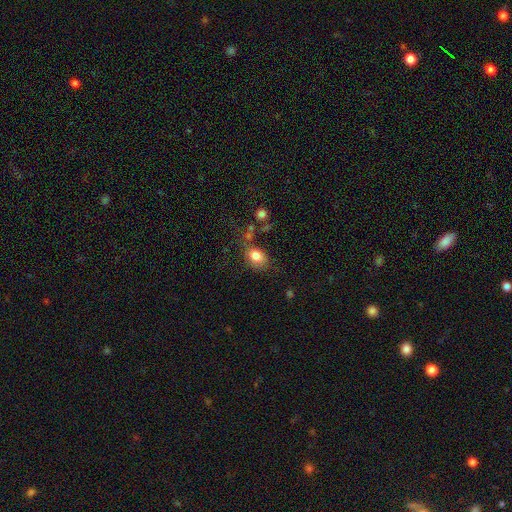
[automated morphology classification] Smooth or featured? smooth (81%)
How rounded? in between (68%)
Merging? none (62%)